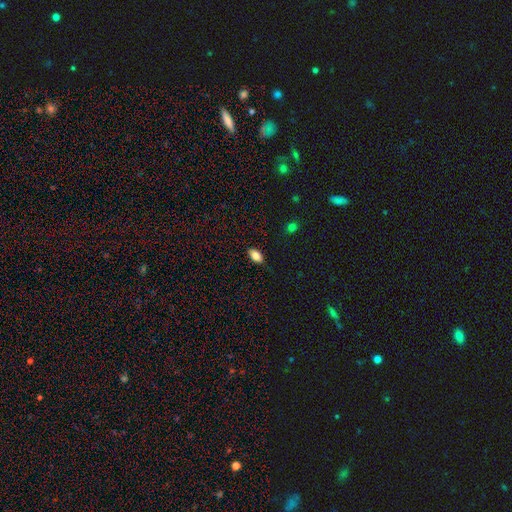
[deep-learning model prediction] smooth_or_featured: smooth (p=0.82) [alt: featured or disk p=0.10]
how_rounded: in between (p=0.90) [alt: cigar-shaped p=0.05]
merging: none (p=0.84) [alt: minor disturbance p=0.13]